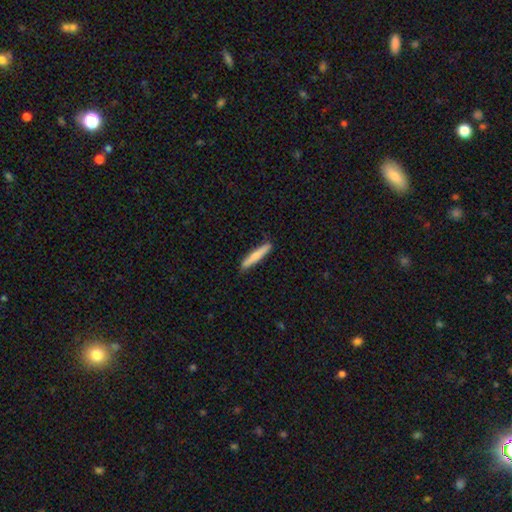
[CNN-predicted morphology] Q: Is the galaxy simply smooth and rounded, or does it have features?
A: smooth — 72%.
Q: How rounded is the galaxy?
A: cigar-shaped — 93%.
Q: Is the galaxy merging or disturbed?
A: none — 89%.